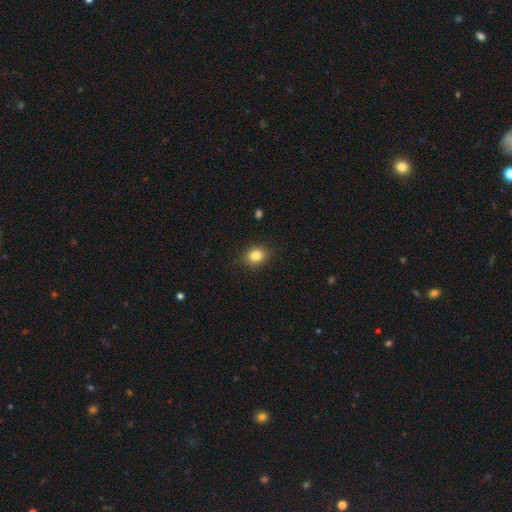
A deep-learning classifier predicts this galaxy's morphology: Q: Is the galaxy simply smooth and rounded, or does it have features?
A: smooth — 83%.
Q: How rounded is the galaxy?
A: round — 53%.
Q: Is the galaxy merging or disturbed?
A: none — 89%.